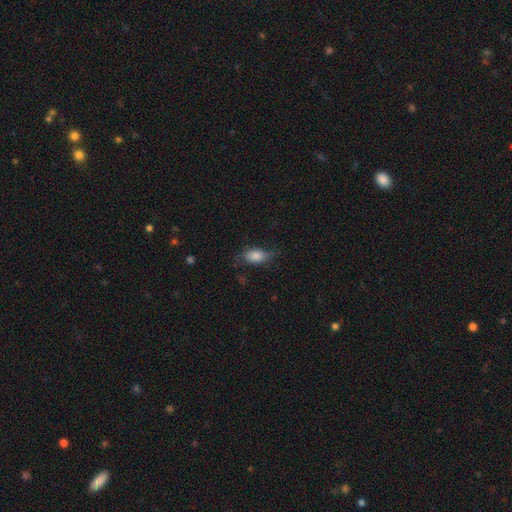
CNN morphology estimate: The model was most divided on "merging": none: 62%, minor disturbance: 26%, major disturbance: 11%, merger: 2%. More confident: how rounded — in between (87%); smooth or featured — smooth (78%).